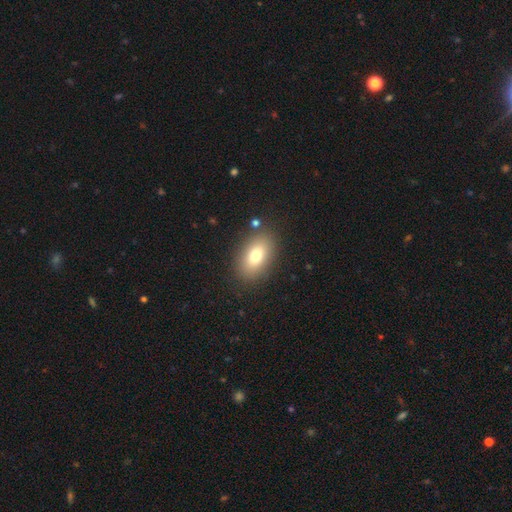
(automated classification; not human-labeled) A smooth galaxy with no disk features (77%) that is in between round and cigar-shaped (88%).

Vote fractions:
- Smooth or featured? smooth: 77% / featured or disk: 14% / star or artifact: 9%
- How rounded? in between: 88% / round: 9% / cigar-shaped: 2%
- Merging? none: 85% / minor disturbance: 9% / major disturbance: 3% / merger: 3%